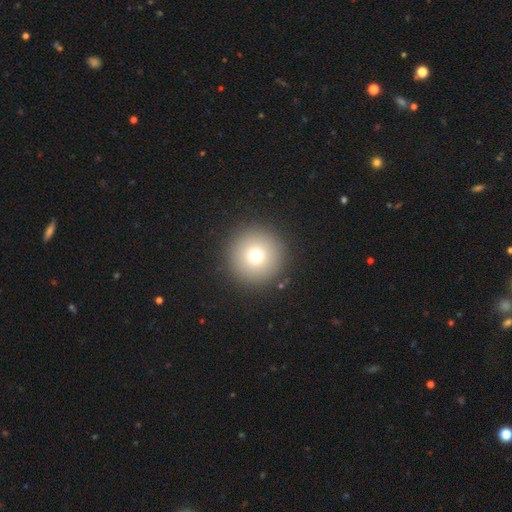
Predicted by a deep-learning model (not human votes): The model was most divided on "smooth or featured": smooth: 75%, star or artifact: 14%, featured or disk: 12%. More confident: how rounded — round (97%); merging — none (92%).